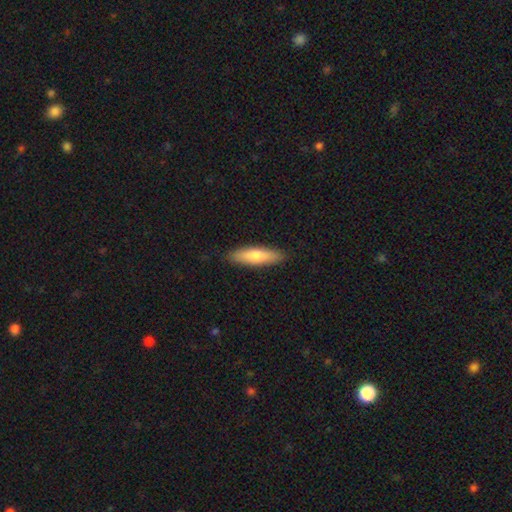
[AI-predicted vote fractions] Smooth or featured?
  - smooth: 72% *
  - featured or disk: 23%
  - star or artifact: 5%
How rounded?
  - cigar-shaped: 70% *
  - in between: 28%
  - round: 2%
Merging?
  - none: 89% *
  - minor disturbance: 8%
  - major disturbance: 2%
  - merger: 1%